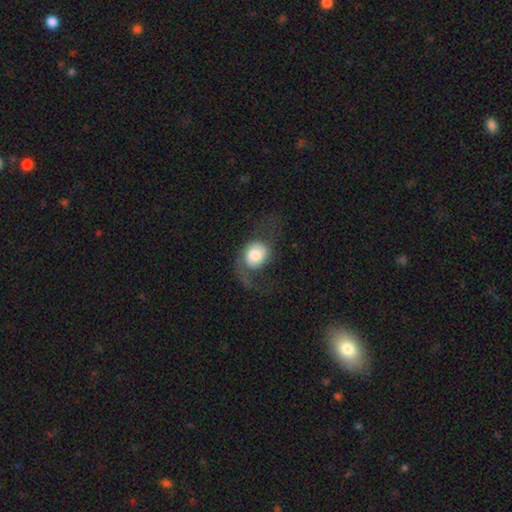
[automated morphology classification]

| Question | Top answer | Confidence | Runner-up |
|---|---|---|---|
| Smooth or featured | smooth | 53% | featured or disk (40%) |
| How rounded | round | 60% | in between (39%) |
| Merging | none | 39% | tied: major disturbance (39%) |